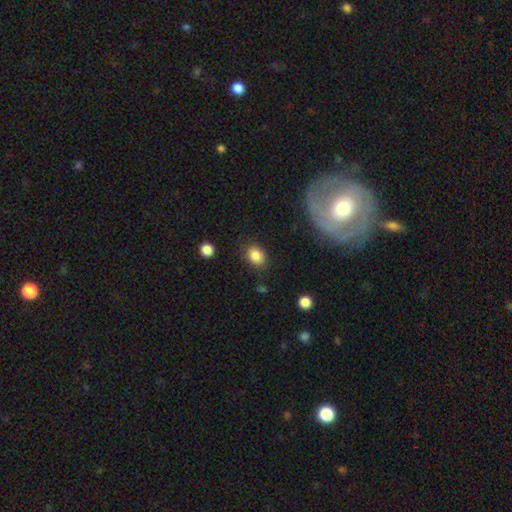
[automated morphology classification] The model was most divided on "how rounded": in between: 68%, round: 31%, cigar-shaped: 1%. More confident: smooth or featured — smooth (85%); merging — none (79%).